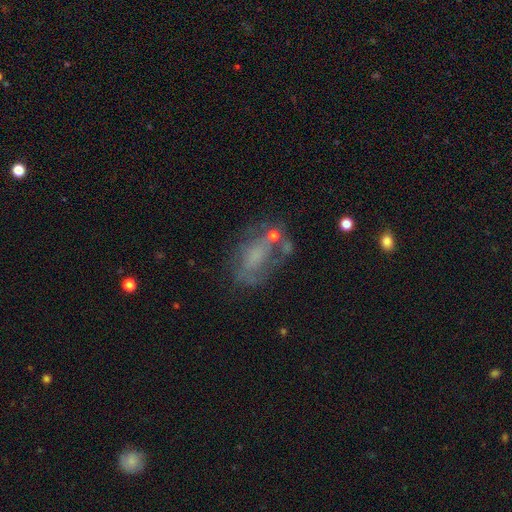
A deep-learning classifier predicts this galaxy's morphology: smooth-or-featured: featured or disk: 51% | smooth: 35% | star or artifact: 14%
  disk-edge-on: no: 95% | yes: 5%
  merging: none: 44% | major disturbance: 23% | minor disturbance: 22% | merger: 11%